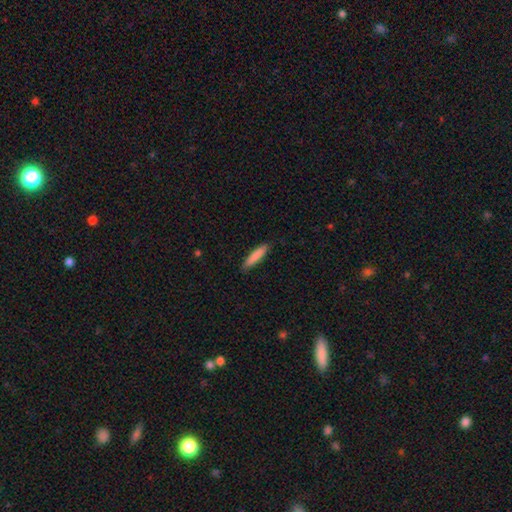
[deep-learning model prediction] Smooth or featured? smooth (84%)
How rounded? cigar-shaped (86%)
Merging? none (86%)